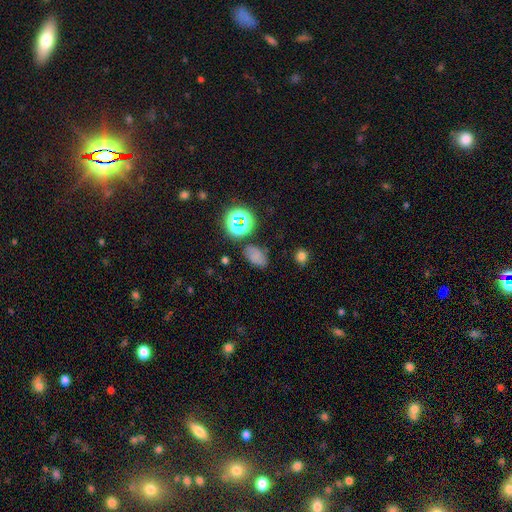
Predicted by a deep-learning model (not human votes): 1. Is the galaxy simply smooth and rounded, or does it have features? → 64% smooth, 23% star or artifact, 12% featured or disk.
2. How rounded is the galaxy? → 83% in between, 16% round, 2% cigar-shaped.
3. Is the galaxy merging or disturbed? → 71% none, 19% minor disturbance, 6% major disturbance, 4% merger.